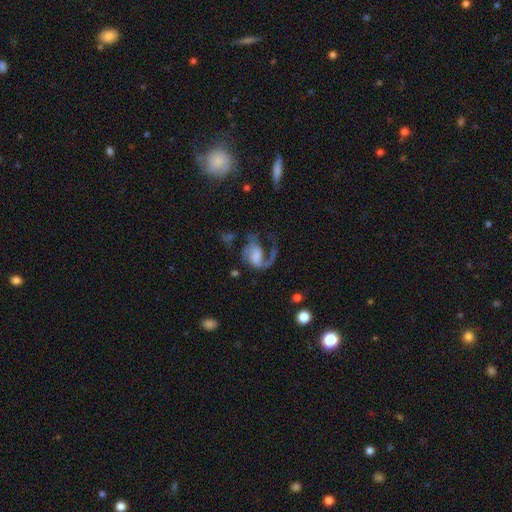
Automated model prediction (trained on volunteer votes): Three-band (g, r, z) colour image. It shows a featured or disk galaxy (72%) with no bar (53%), 1 (62%) loose (48%) spiral arms (88%) and no central bulge (27%). Merging: major disturbance (49%).